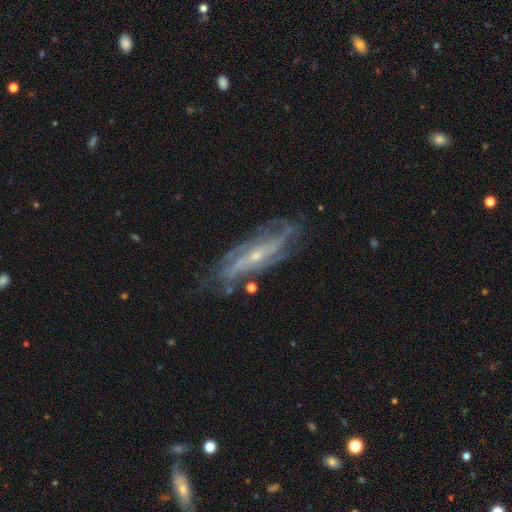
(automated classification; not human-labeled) Overall: featured or disk (83%). Edge-on disk: no (76%). Bar: no (56%; weak 29%). Spiral arms: yes (88%). Spiral arm count: can't tell (38%; 2 32%). Spiral winding: tight (41%; medium 39%). Bulge size: small (74%). Merging: none (69%).